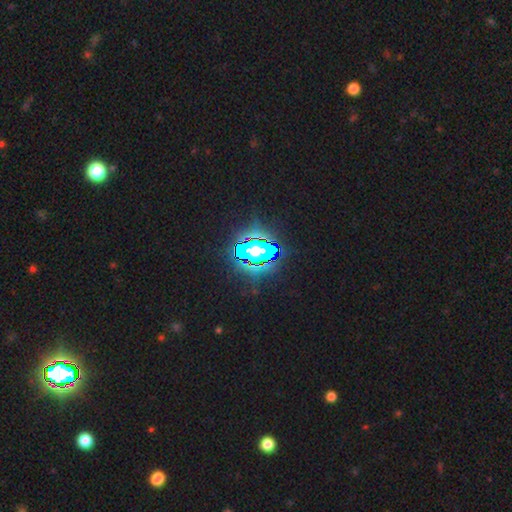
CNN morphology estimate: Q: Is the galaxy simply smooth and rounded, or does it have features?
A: star or artifact — 66%.